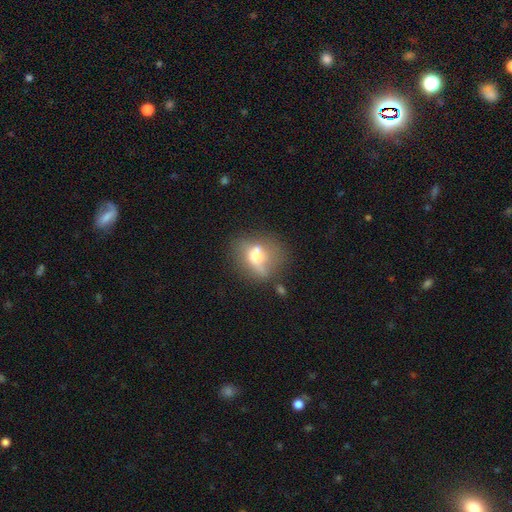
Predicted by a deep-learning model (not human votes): Q: Smooth or featured?
A: smooth (52%); runner-up: featured or disk (36%)
Q: How rounded?
A: round (50%); runner-up: in between (47%)
Q: Merging?
A: none (37%); runner-up: merger (23%)